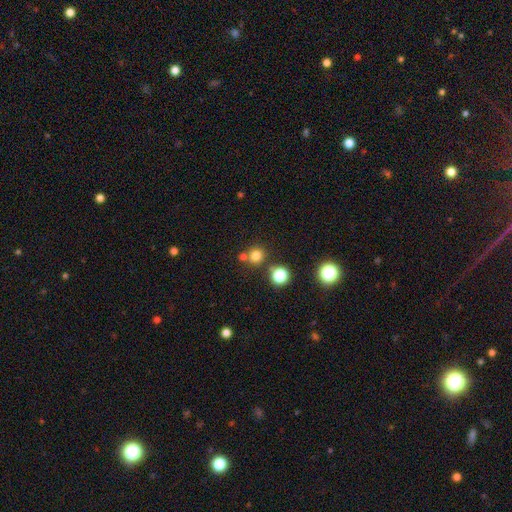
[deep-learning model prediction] Overall: smooth (75%). How rounded: round (91%). Merging: none (71%).